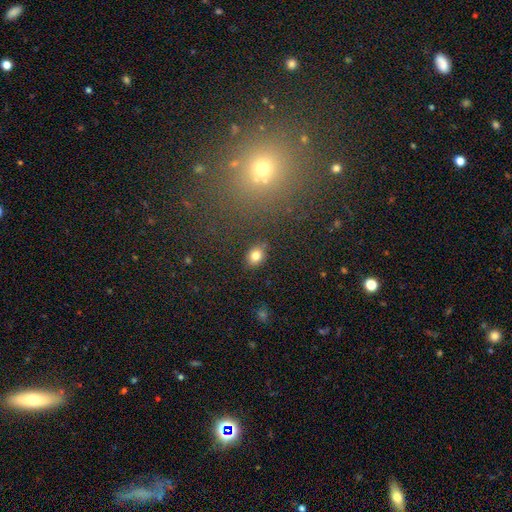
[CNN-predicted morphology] smooth_or_featured: smooth (p=0.81) [alt: star or artifact p=0.11]
how_rounded: in between (p=0.65) [alt: round p=0.33]
merging: none (p=0.86) [alt: minor disturbance p=0.10]